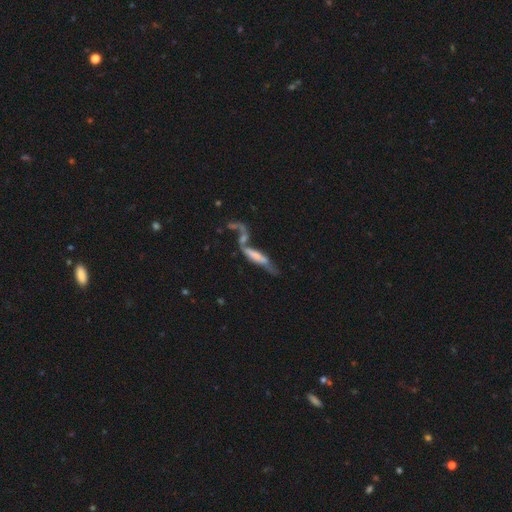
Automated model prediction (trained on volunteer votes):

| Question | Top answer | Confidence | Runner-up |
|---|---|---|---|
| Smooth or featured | featured or disk | 51% | smooth (40%) |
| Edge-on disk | no | 55% | yes (45%) |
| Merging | merger | 48% | major disturbance (22%) |